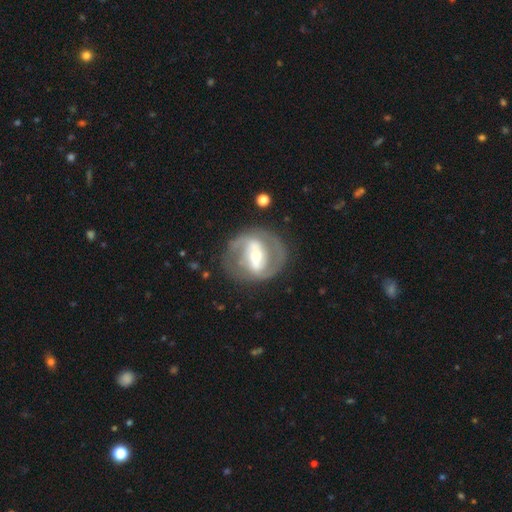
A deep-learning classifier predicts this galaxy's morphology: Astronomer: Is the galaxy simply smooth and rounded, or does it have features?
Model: featured or disk — 78%.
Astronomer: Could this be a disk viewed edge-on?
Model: no — 95%.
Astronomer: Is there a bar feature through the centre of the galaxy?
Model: strong — 57%.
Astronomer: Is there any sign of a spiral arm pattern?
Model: yes — 68%.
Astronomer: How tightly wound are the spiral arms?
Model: medium — 44% (runner-up: tight, 36%).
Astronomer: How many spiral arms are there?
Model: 2 — 80%.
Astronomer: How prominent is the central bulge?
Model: moderate — 56% (runner-up: small, 32%).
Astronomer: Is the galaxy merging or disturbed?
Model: none — 74%.